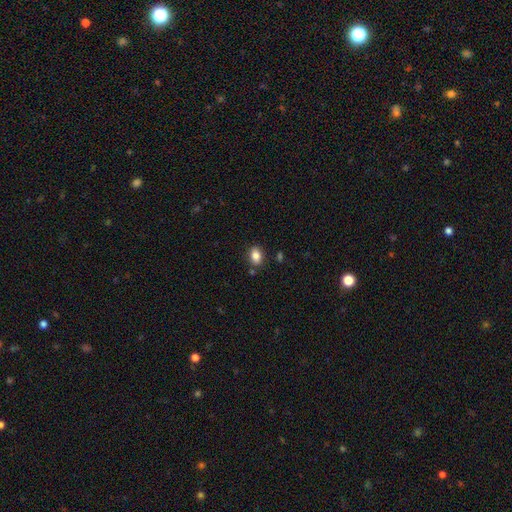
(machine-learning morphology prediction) This is clearly a smooth galaxy (85%). How rounded: likely in between (75%). Merging: clearly none (83%).